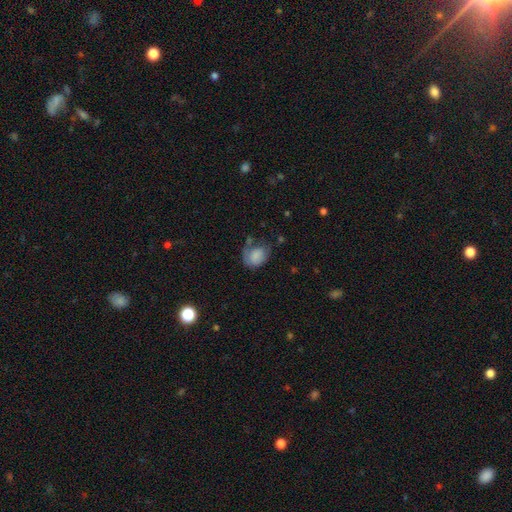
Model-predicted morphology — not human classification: Smooth or featured? Predicted: smooth (p=0.72). How rounded? Predicted: in between (p=0.60). Merging? Predicted: none (p=0.38).